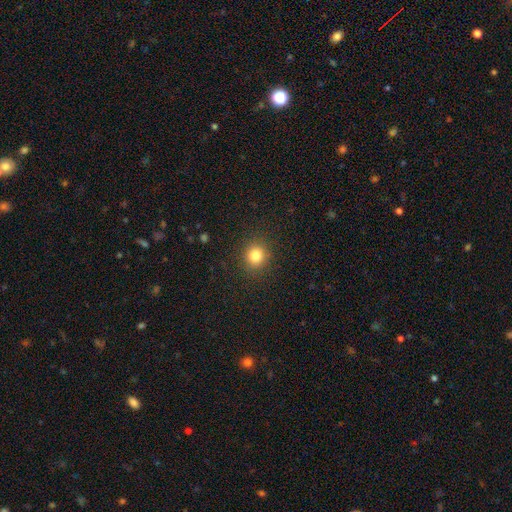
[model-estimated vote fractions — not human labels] Smooth or featured: smooth — 83% (star or artifact — 12%)
How rounded: round — 89% (in between — 10%)
Merging: none — 90% (minor disturbance — 7%)